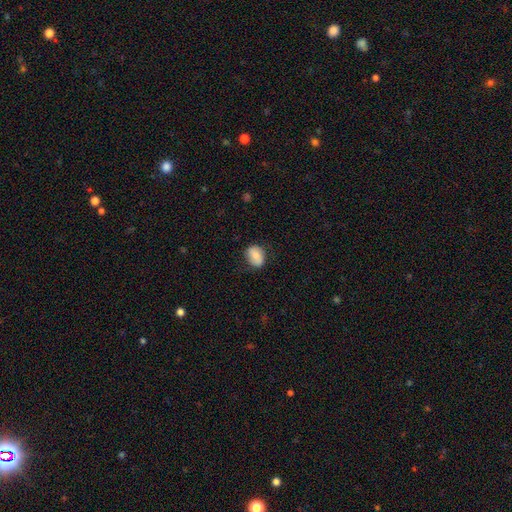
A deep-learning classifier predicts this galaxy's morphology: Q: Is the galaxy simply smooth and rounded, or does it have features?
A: smooth — 72%.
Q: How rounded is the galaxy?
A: in between — 65%.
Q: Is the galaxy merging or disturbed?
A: none — 76%.